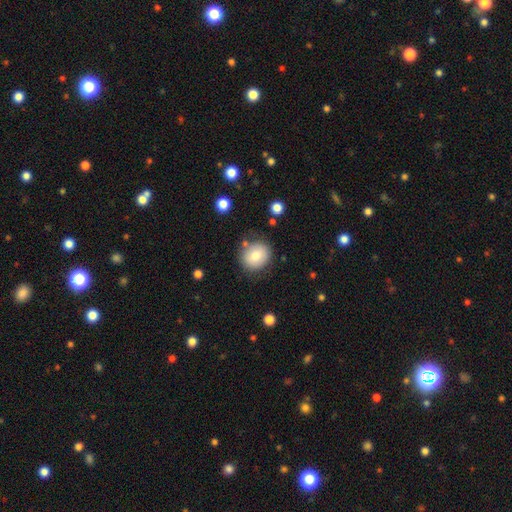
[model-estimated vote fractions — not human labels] smooth 77%, featured or disk 13%, star or artifact 9%. Down the decision tree: how rounded — round (77%); merging — none (78%).